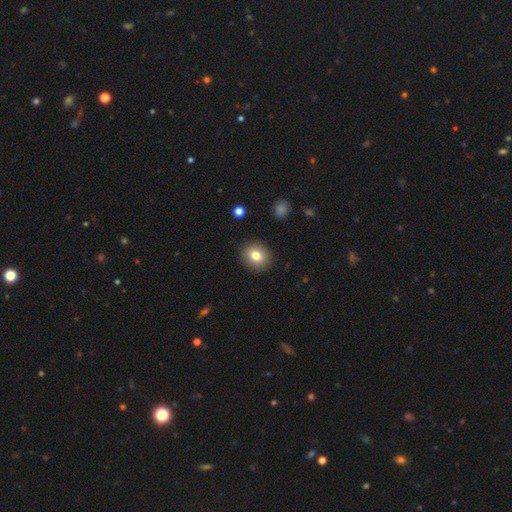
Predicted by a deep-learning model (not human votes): smooth_or_featured: smooth (p=0.80) [alt: featured or disk p=0.10]
how_rounded: round (p=0.73) [alt: in between p=0.26]
merging: none (p=0.90) [alt: minor disturbance p=0.07]